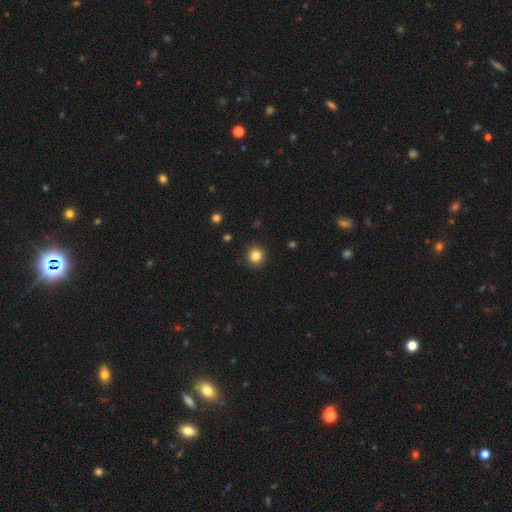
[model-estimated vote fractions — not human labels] smooth_or_featured: smooth (p=0.85) [alt: star or artifact p=0.11]
how_rounded: round (p=0.91) [alt: in between p=0.08]
merging: none (p=0.91) [alt: minor disturbance p=0.06]